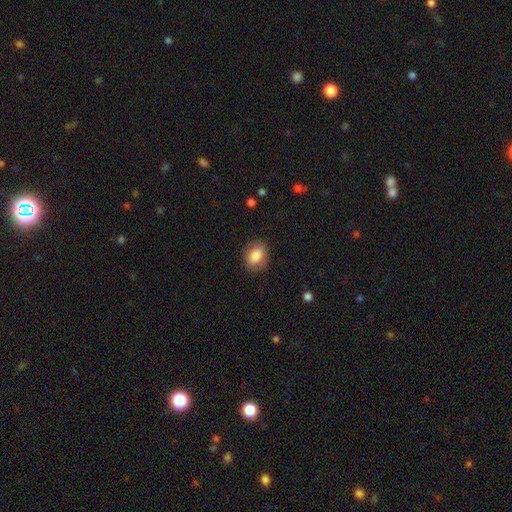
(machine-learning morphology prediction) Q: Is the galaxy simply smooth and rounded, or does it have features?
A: smooth — 81%.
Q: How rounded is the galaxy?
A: in between — 68%.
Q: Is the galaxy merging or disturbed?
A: none — 81%.